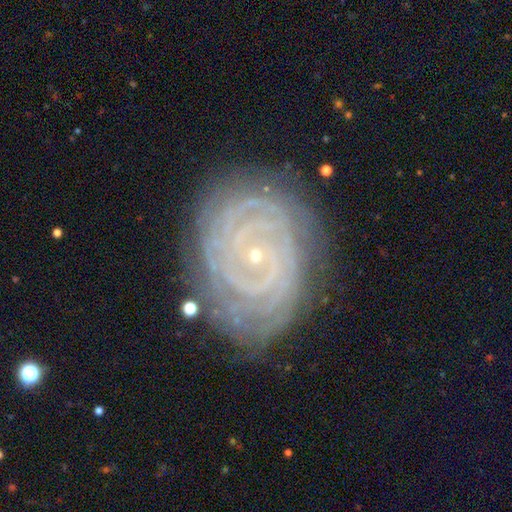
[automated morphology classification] type=featured or disk (88%); edge-on=no (97%); bar=no (72%); spiral arms=yes (98%); winding=tight (88%); arm count=2 (26%); bulge=small (87%); merging=none (80%).